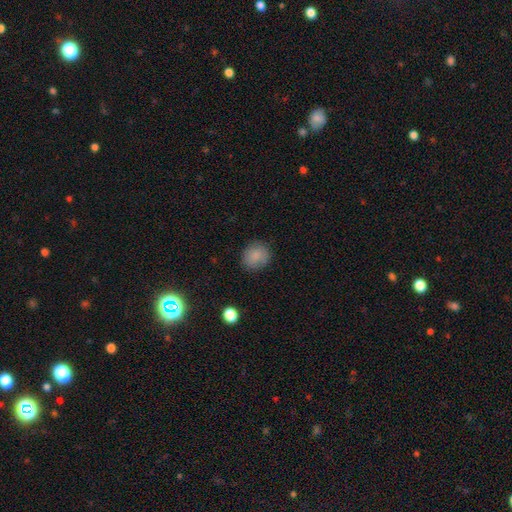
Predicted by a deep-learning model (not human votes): smooth_or_featured: smooth (p=0.86) [alt: star or artifact p=0.09]
how_rounded: round (p=0.78) [alt: in between p=0.21]
merging: none (p=0.83) [alt: minor disturbance p=0.12]